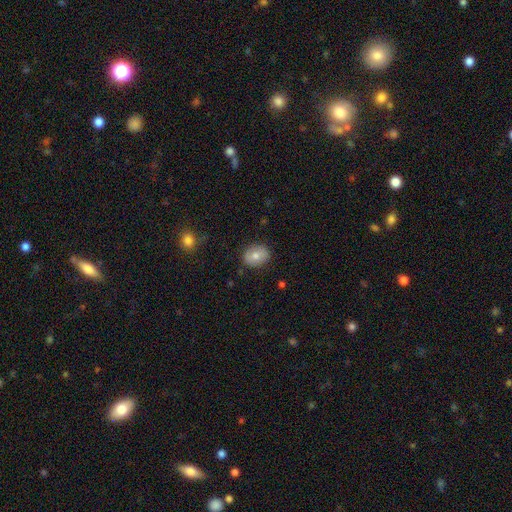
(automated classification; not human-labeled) This appears to be a smooth galaxy with no disk features (73%) that is round (53%). Merging: none (85%).